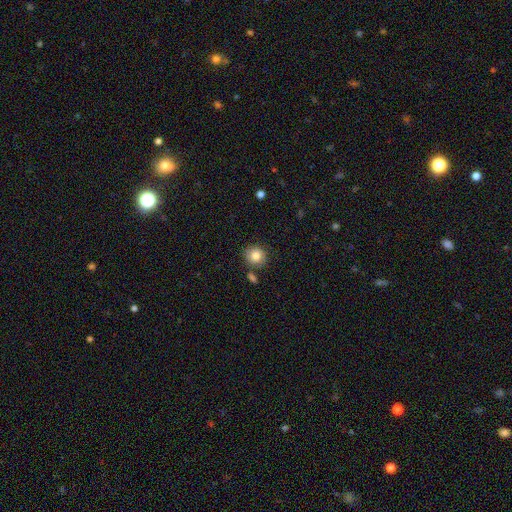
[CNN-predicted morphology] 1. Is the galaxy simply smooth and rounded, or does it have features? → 84% smooth, 9% star or artifact, 8% featured or disk.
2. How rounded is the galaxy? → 85% round, 14% in between, 1% cigar-shaped.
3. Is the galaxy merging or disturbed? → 77% none, 12% minor disturbance, 8% merger, 3% major disturbance.